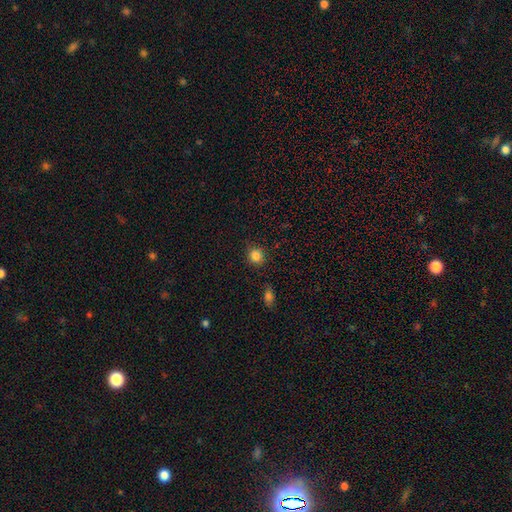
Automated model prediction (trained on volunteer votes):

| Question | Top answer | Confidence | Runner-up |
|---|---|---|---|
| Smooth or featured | smooth | 83% | star or artifact (12%) |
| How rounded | round | 89% | in between (10%) |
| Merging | none | 87% | minor disturbance (9%) |